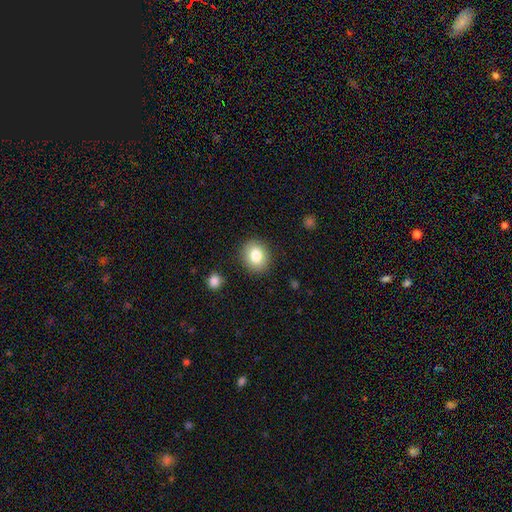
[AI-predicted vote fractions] A smooth galaxy with no disk features (82%) that is round (58%). Merging: none (87%).